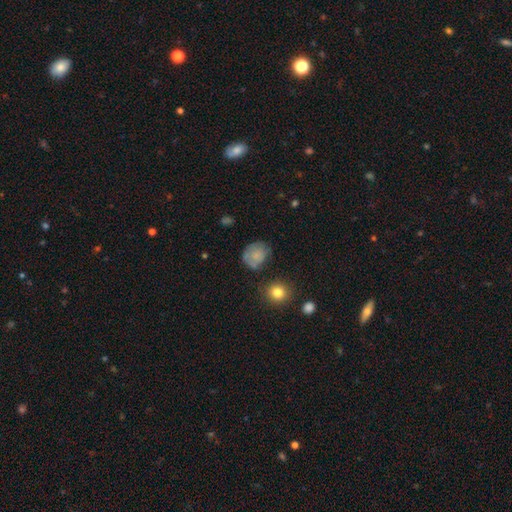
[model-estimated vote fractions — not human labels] Morphology: type=smooth (70%); roundness=round (66%); merging=none (56%).